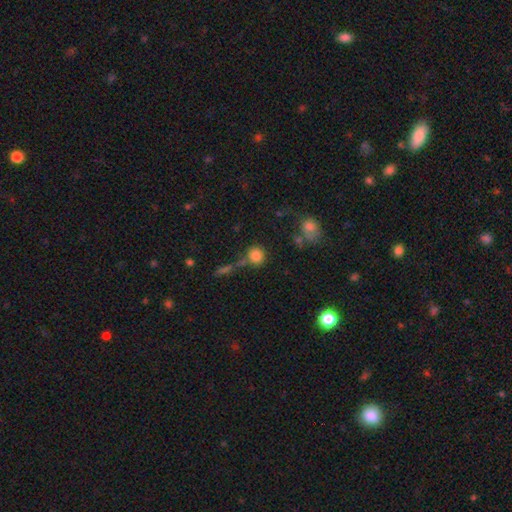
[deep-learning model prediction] A smooth galaxy with no disk features (82%) that is round (89%). Merging: none (67%).